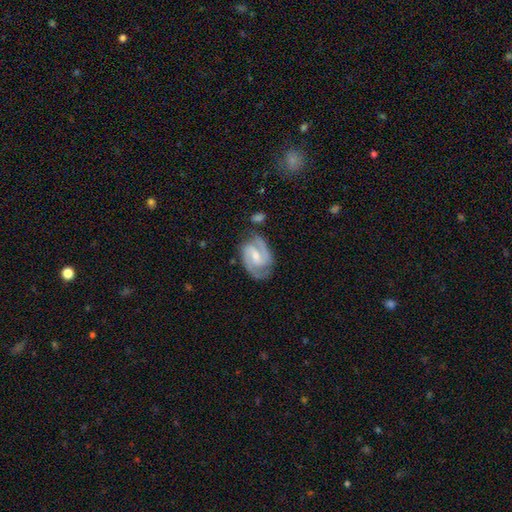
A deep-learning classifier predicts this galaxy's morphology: smooth_or_featured: featured or disk (p=0.89) [alt: smooth p=0.06]
disk_edge_on: no (p=0.98) [alt: yes p=0.02]
bar: weak (p=0.53) [alt: strong p=0.26]
has_spiral_arms: yes (p=0.98) [alt: no p=0.02]
spiral_winding: medium (p=0.53) [alt: tight p=0.38]
spiral_arm_count: 2 (p=0.90) [alt: 3 p=0.03]
bulge_size: small (p=0.47) [alt: moderate p=0.44]
merging: none (p=0.75) [alt: minor disturbance p=0.17]